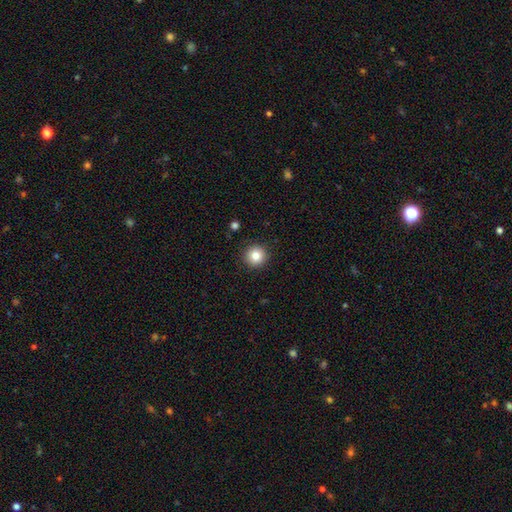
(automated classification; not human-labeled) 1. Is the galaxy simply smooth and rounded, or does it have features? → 83% smooth, 10% star or artifact, 7% featured or disk.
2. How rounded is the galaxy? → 95% round, 4% in between, 1% cigar-shaped.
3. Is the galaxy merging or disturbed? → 92% none, 5% minor disturbance, 2% major disturbance, 1% merger.